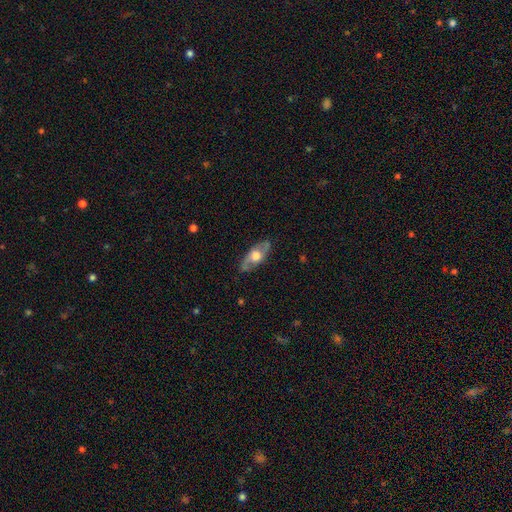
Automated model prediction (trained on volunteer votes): smooth_or_featured: featured or disk (p=0.54) [alt: smooth p=0.40]
disk_edge_on: no (p=0.60) [alt: yes p=0.40]
merging: none (p=0.79) [alt: minor disturbance p=0.15]